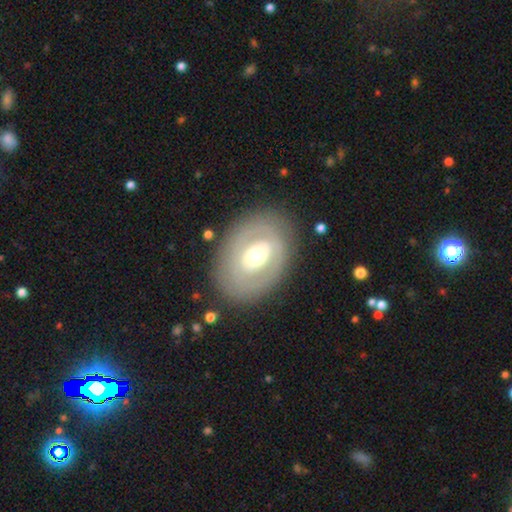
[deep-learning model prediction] Smooth or featured?
  - featured or disk: 62% *
  - smooth: 32%
  - star or artifact: 6%
Edge-on disk?
  - no: 93% *
  - yes: 7%
Bar?
  - no: 46% *
  - weak: 36%
  - strong: 19%
Spiral arms?
  - no: 65% *
  - yes: 35%
Bulge size?
  - moderate: 69% *
  - small: 17%
  - large: 12%
  - dominant: 1%
  - none: 1%
Merging?
  - none: 82% *
  - minor disturbance: 12%
  - major disturbance: 5%
  - merger: 1%